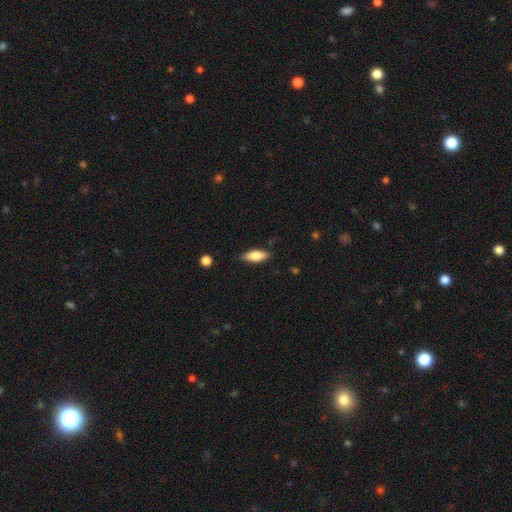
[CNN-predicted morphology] Overall: smooth (66%; featured or disk 27%). How rounded: in between (71%). Merging: none (80%).